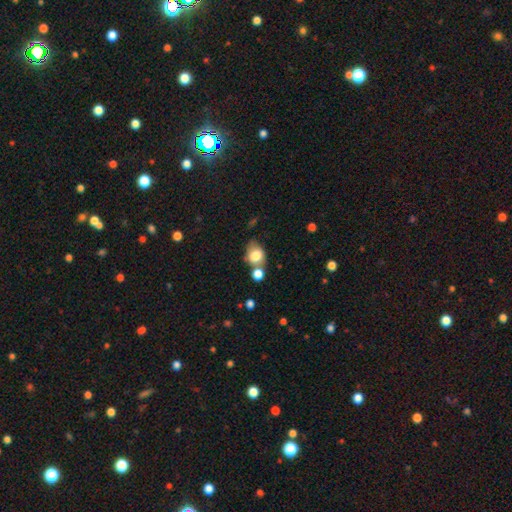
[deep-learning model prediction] Smooth or featured: smooth — 77% (featured or disk — 14%)
How rounded: in between — 54% (round — 44%)
Merging: none — 48% (merger — 23%)